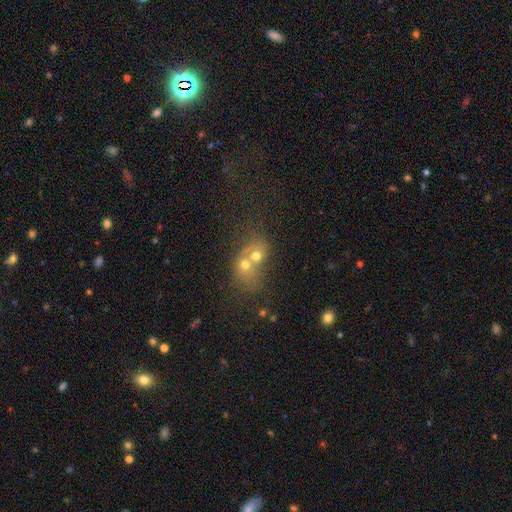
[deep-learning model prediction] The model was most divided on "how rounded": round: 58%, in between: 39%, cigar-shaped: 3%. More confident: merging — merger (62%); smooth or featured — smooth (51%).